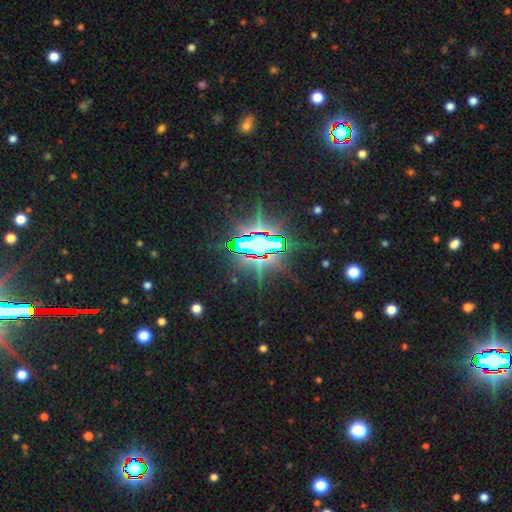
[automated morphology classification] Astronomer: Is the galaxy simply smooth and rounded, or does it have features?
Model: star or artifact — 81%.